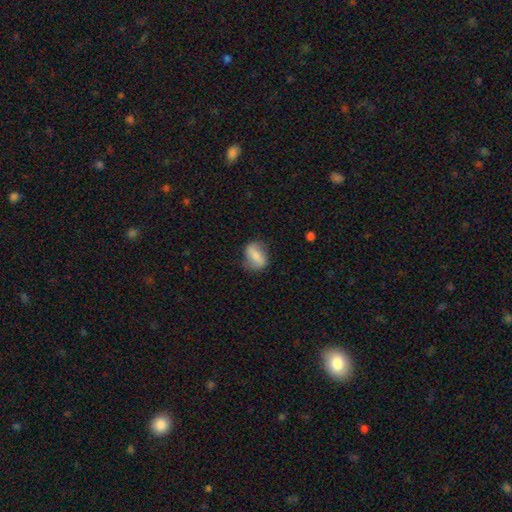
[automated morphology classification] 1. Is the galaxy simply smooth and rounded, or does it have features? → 63% smooth, 30% featured or disk, 8% star or artifact.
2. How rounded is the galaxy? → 72% in between, 24% round, 5% cigar-shaped.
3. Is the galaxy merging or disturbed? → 67% none, 23% minor disturbance, 8% major disturbance, 2% merger.